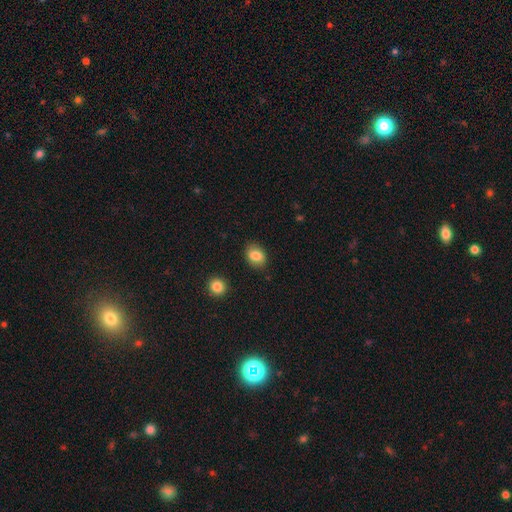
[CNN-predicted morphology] A smooth galaxy with no disk features (84%) that is in between round and cigar-shaped (66%).

Vote fractions:
- Smooth or featured? smooth: 84% / star or artifact: 8% / featured or disk: 8%
- How rounded? in between: 66% / round: 33% / cigar-shaped: 1%
- Merging? none: 86% / minor disturbance: 10% / major disturbance: 3% / merger: 2%